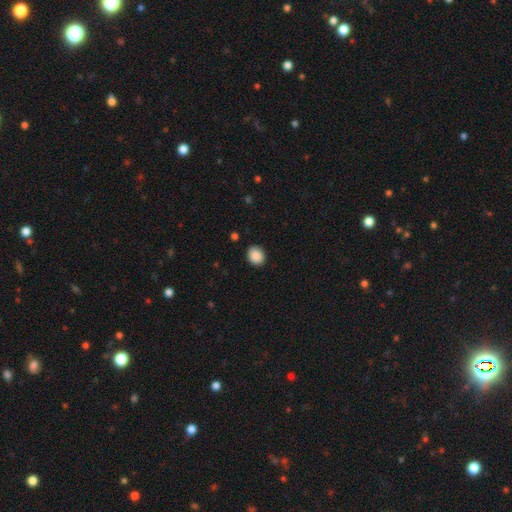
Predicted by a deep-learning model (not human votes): Overall: smooth (89%). How rounded: round (63%; in between 36%). Merging: none (89%).